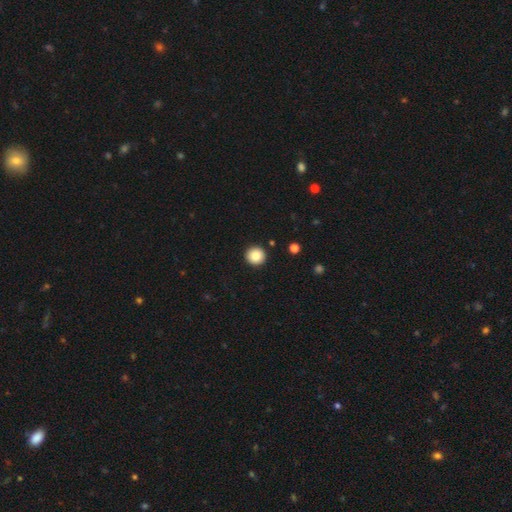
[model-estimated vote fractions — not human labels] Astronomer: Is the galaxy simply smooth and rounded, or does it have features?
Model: smooth — 85%.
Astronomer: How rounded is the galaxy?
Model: round — 95%.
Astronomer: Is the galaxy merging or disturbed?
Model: none — 93%.